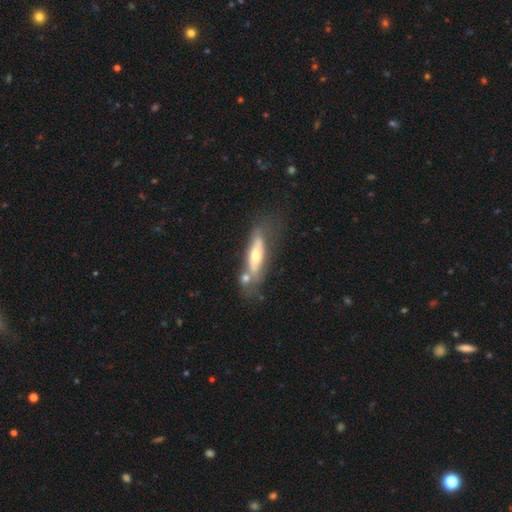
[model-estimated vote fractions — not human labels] Smooth or featured? Predicted: featured or disk (p=0.52). Edge-on disk? Predicted: no (p=0.51). Merging? Predicted: none (p=0.48).